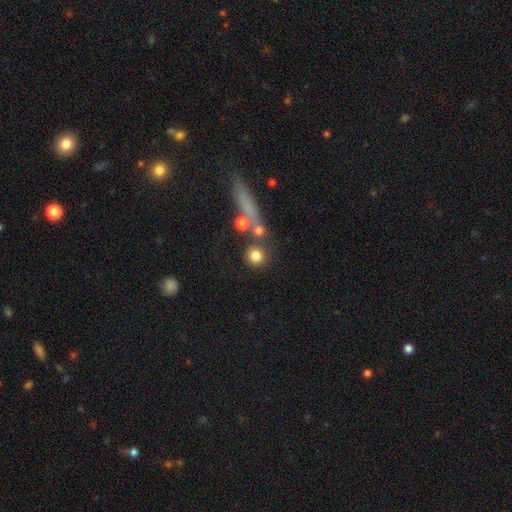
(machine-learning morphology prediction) A smooth galaxy with no disk features (78%) that is round (91%).

Vote fractions:
- Smooth or featured? smooth: 78% / star or artifact: 12% / featured or disk: 10%
- How rounded? round: 91% / in between: 6% / cigar-shaped: 2%
- Merging? none: 72% / merger: 16% / minor disturbance: 8% / major disturbance: 5%